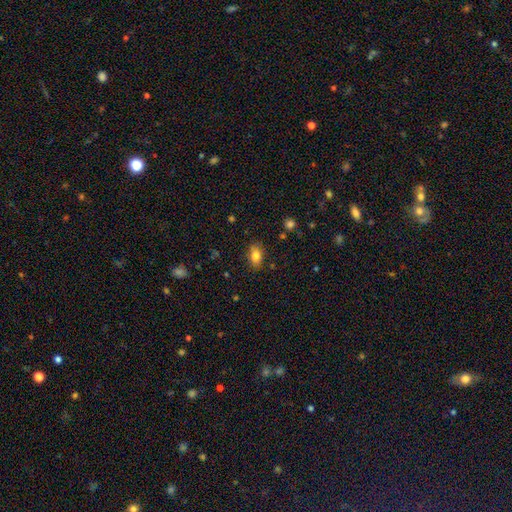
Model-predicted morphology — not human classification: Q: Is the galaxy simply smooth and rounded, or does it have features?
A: smooth — 82%.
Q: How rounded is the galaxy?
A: in between — 85%.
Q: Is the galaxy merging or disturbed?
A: none — 84%.